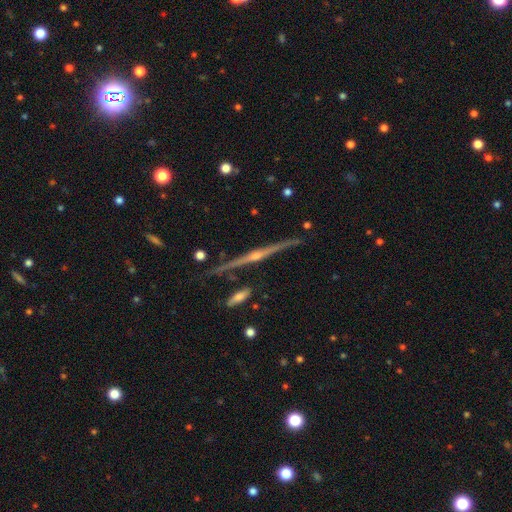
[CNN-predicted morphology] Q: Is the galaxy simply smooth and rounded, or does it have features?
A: featured or disk — 87%.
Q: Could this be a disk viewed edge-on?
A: yes — 98%.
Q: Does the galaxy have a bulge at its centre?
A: rounded — 87%.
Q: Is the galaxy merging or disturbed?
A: none — 87%.